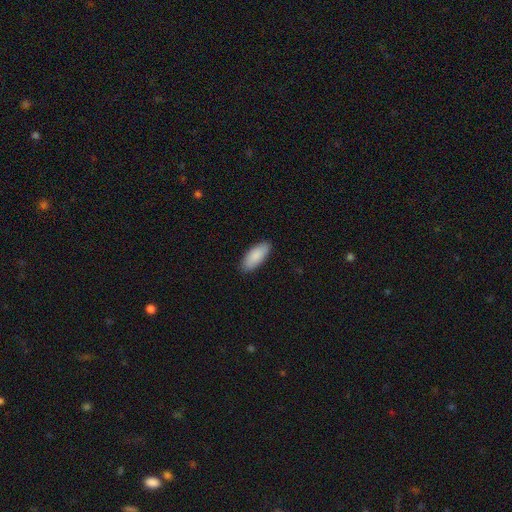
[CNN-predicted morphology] This is clearly a smooth galaxy (88%). How rounded: clearly in between (85%). Merging: clearly none (87%).